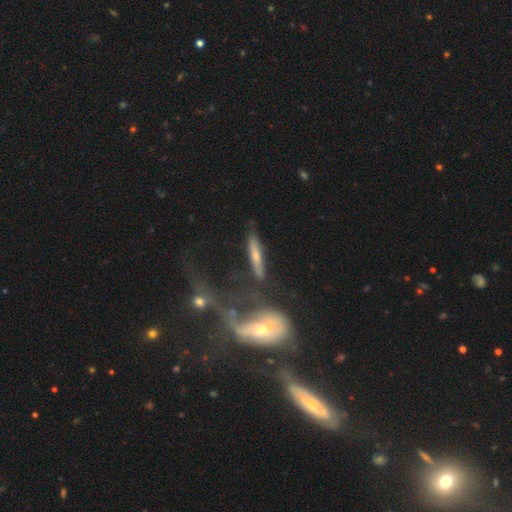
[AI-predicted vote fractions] Smooth or featured?
  - featured or disk: 59% *
  - smooth: 26%
  - star or artifact: 15%
Edge-on disk?
  - no: 53% *
  - yes: 47%
Merging?
  - merger: 34% *
  - none: 33%
  - major disturbance: 18%
  - minor disturbance: 16%